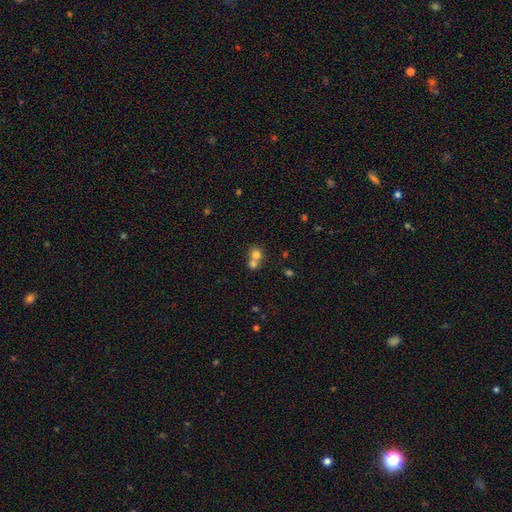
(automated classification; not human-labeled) Morphology: type=smooth (73%); roundness=round (80%); merging=merger (62%).